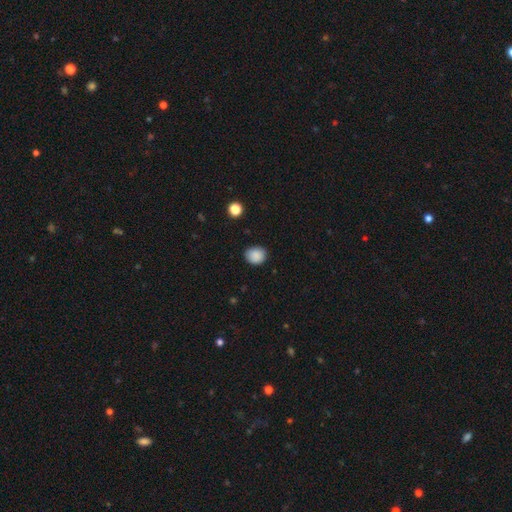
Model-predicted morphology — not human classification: Smooth or featured: smooth — 88% (star or artifact — 9%)
How rounded: round — 64% (in between — 35%)
Merging: none — 84% (minor disturbance — 12%)